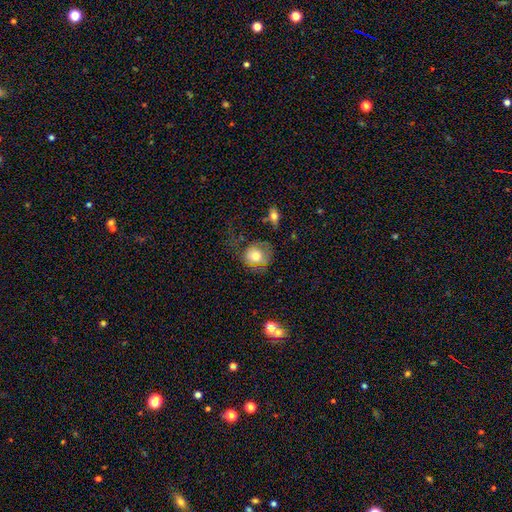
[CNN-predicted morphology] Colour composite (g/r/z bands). It shows a smooth galaxy with no disk features (65%) that is round (79%). Merging: none (44%).